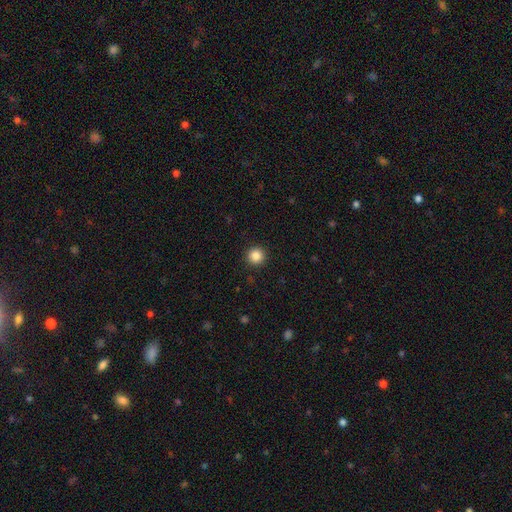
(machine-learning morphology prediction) Q: Smooth or featured?
A: smooth (86%); runner-up: star or artifact (10%)
Q: How rounded?
A: round (95%); runner-up: in between (4%)
Q: Merging?
A: none (92%); runner-up: minor disturbance (5%)